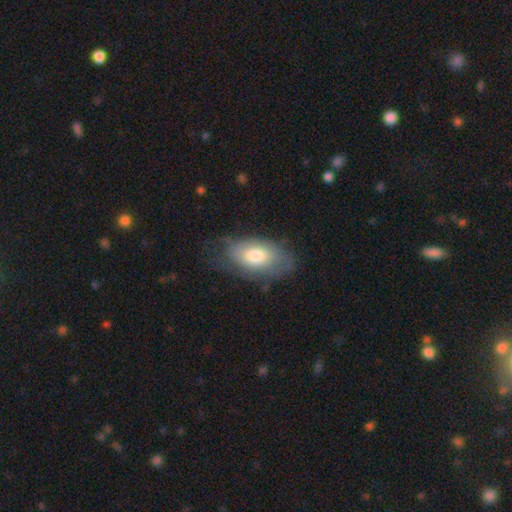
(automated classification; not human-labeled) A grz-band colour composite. It shows a smooth galaxy with no disk features (65%) that is in between round and cigar-shaped (92%). Merging: none (55%).